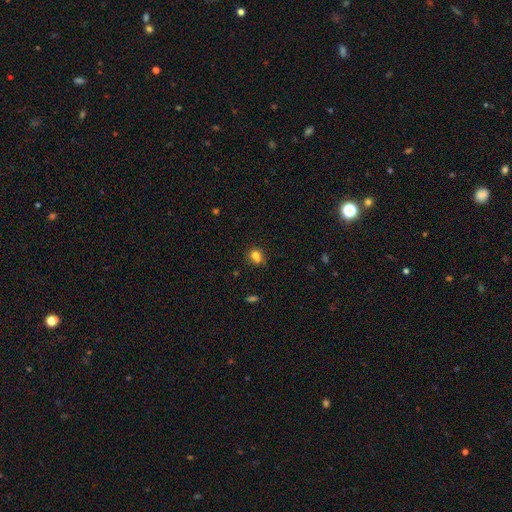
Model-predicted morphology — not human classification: Overall: smooth (76%). How rounded: round (74%). Merging: none (56%; merger 20%).